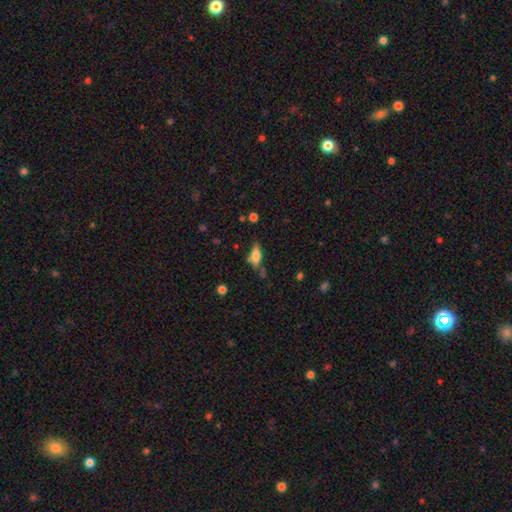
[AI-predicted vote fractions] This is likely a smooth galaxy (64%). How rounded: likely in between (68%). Merging: possibly none (58%).